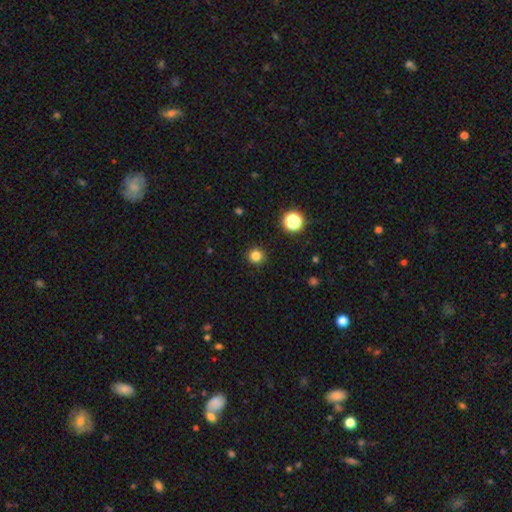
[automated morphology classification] Overall: smooth (81%). How rounded: round (95%). Merging: none (92%).